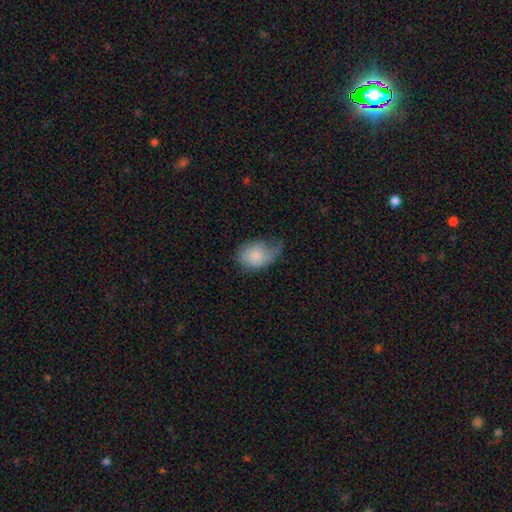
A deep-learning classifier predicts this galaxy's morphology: This appears to be a smooth galaxy with no disk features (73%) that is in between round and cigar-shaped (82%). Merging: minor disturbance (43%).